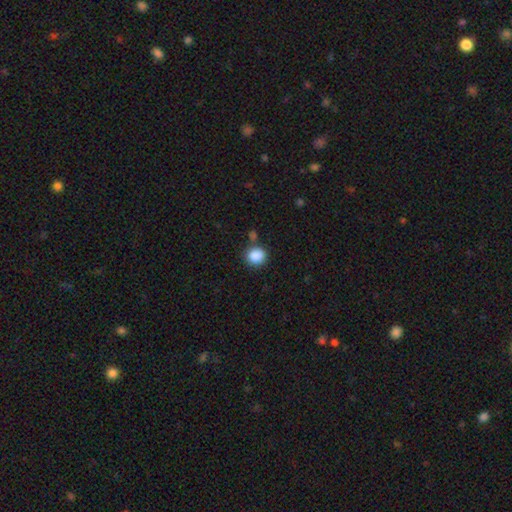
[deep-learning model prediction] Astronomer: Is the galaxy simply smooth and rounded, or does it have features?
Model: smooth — 88%.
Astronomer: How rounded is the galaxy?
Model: round — 83%.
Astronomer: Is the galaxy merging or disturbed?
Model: none — 76%.